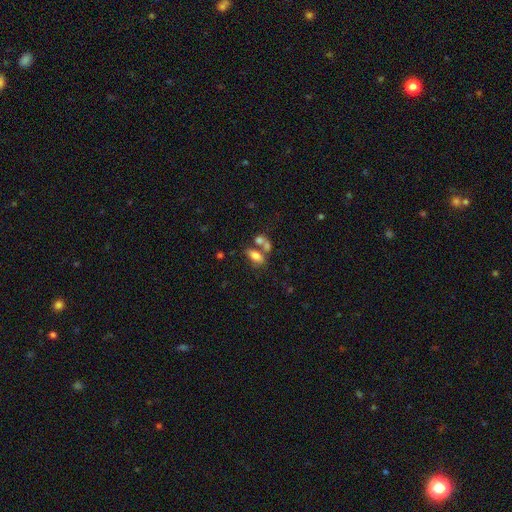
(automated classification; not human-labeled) Smooth or featured? smooth (74%)
How rounded? in between (86%)
Merging? none (43%)